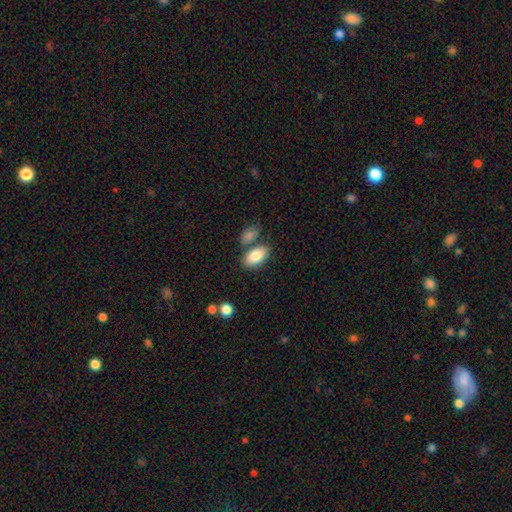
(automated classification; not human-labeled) smooth-or-featured: smooth: 85% | featured or disk: 9% | star or artifact: 6%
  how-rounded: in between: 94% | round: 4% | cigar-shaped: 2%
  merging: none: 65% | merger: 19% | minor disturbance: 13% | major disturbance: 4%